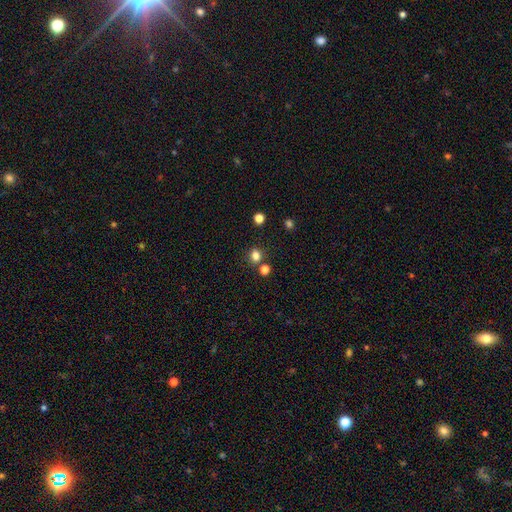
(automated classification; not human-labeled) Smooth or featured: smooth — 78% (star or artifact — 16%)
How rounded: round — 71% (in between — 28%)
Merging: none — 76% (merger — 11%)